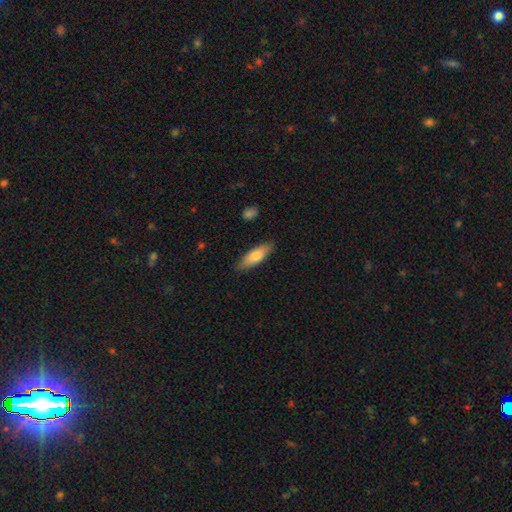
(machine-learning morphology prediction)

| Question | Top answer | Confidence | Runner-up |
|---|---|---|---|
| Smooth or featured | smooth | 77% | featured or disk (18%) |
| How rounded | in between | 62% | cigar-shaped (36%) |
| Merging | none | 86% | minor disturbance (11%) |